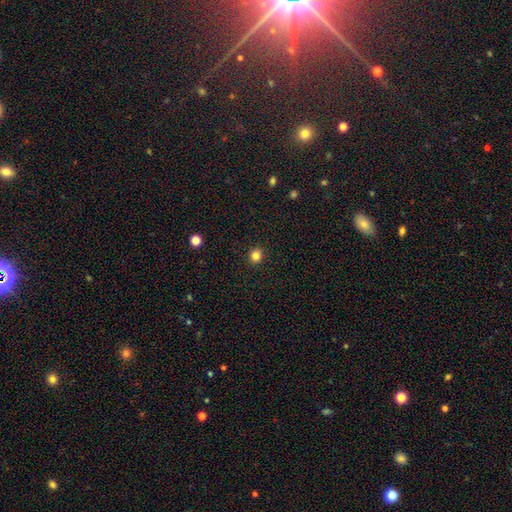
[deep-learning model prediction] A smooth galaxy with no disk features (84%) that is round (87%). Merging: none (92%).